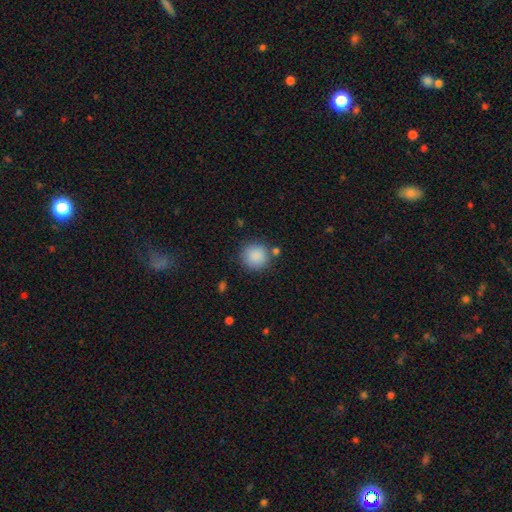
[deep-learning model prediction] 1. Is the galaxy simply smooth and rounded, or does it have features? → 88% smooth, 8% star or artifact, 4% featured or disk.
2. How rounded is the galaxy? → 91% round, 8% in between, 1% cigar-shaped.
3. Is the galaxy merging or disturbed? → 79% none, 11% minor disturbance, 6% merger, 4% major disturbance.